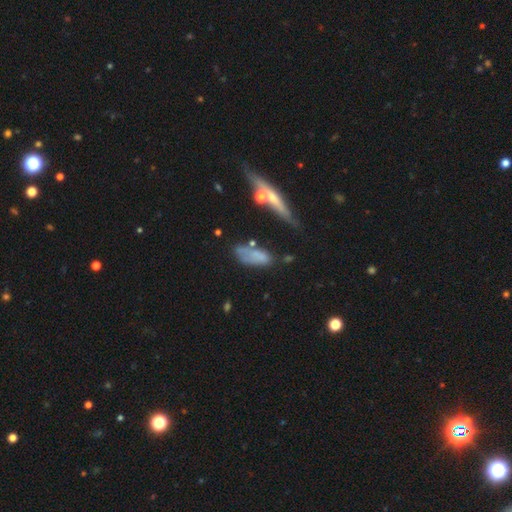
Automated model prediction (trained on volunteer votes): Overall: smooth (60%; featured or disk 29%). How rounded: in between (76%). Merging: none (38%; minor disturbance 31%).